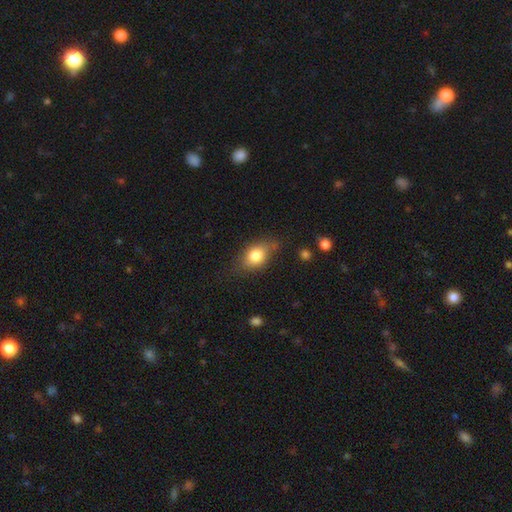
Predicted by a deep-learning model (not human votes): smooth 78%, featured or disk 14%, star or artifact 8%. Down the decision tree: how rounded — in between (78%); merging — none (66%).